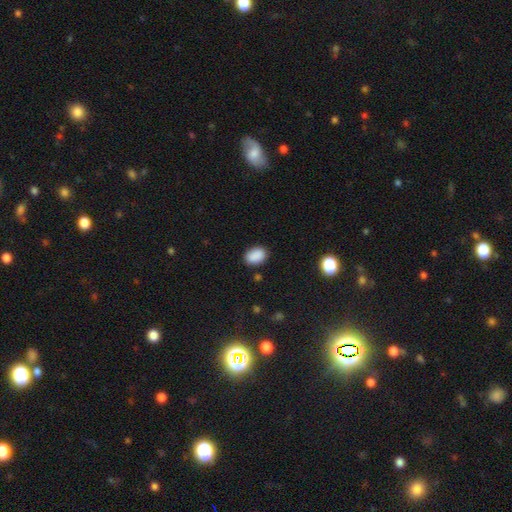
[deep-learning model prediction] A smooth galaxy with no disk features (89%) that is in between round and cigar-shaped (81%).

Vote fractions:
- Smooth or featured? smooth: 89% / star or artifact: 8% / featured or disk: 3%
- How rounded? in between: 81% / round: 18% / cigar-shaped: 1%
- Merging? none: 85% / minor disturbance: 11% / major disturbance: 3% / merger: 2%